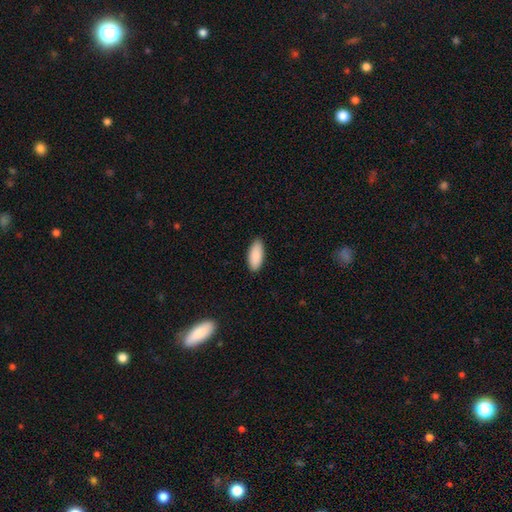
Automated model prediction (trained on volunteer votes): Smooth or featured?
  - smooth: 90% *
  - star or artifact: 6%
  - featured or disk: 4%
How rounded?
  - in between: 85% *
  - cigar-shaped: 13%
  - round: 2%
Merging?
  - none: 89% *
  - minor disturbance: 8%
  - major disturbance: 2%
  - merger: 1%